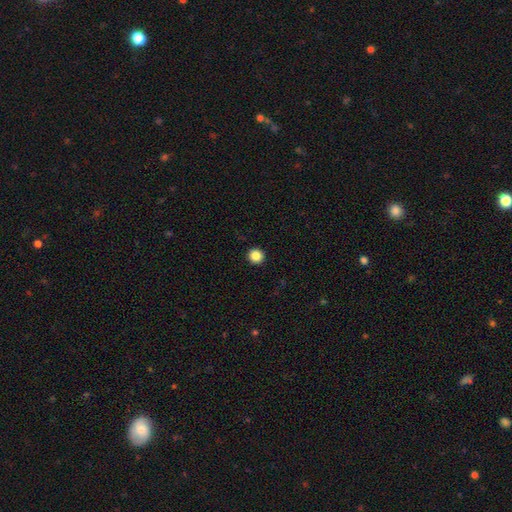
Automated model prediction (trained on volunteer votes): smooth 86%, star or artifact 10%, featured or disk 4%. Down the decision tree: how rounded — round (95%); merging — none (94%).